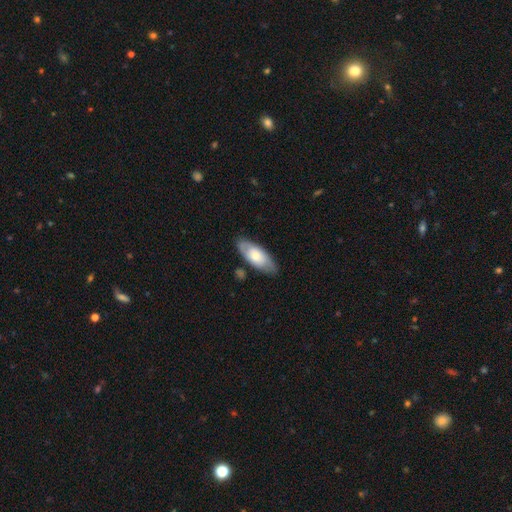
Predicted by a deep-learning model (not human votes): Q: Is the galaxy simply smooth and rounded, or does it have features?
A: smooth — 58%.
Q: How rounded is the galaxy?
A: in between — 82%.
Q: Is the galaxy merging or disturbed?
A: none — 80%.